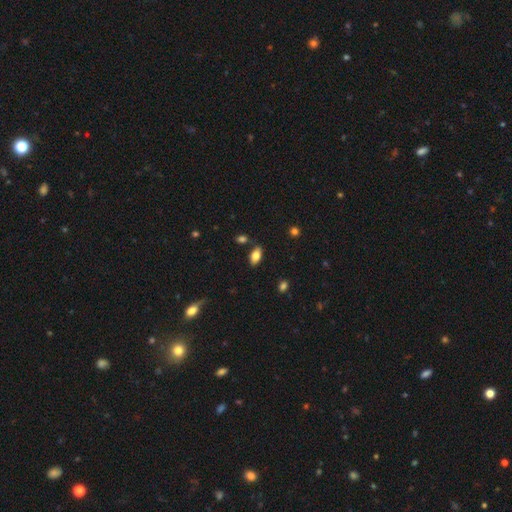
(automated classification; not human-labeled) The model was most divided on "merging": none: 80%, minor disturbance: 12%, merger: 5%, major disturbance: 3%. More confident: how rounded — in between (91%); smooth or featured — smooth (80%).